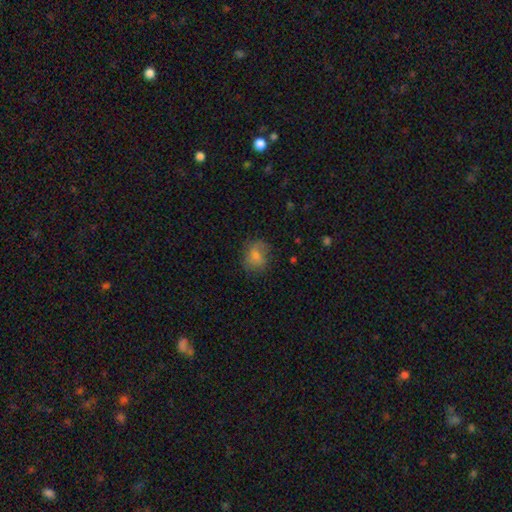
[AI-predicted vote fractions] Q: Smooth or featured?
A: smooth (72%); runner-up: featured or disk (17%)
Q: How rounded?
A: round (65%); runner-up: in between (34%)
Q: Merging?
A: none (74%); runner-up: minor disturbance (19%)